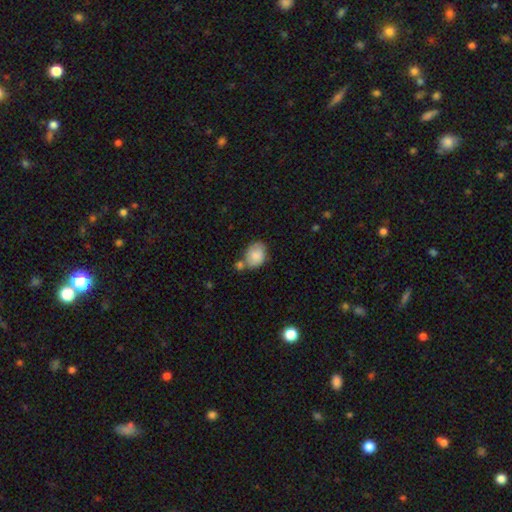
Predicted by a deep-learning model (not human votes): Smooth or featured?
  - smooth: 83% *
  - featured or disk: 10%
  - star or artifact: 7%
How rounded?
  - in between: 67% *
  - round: 32%
  - cigar-shaped: 1%
Merging?
  - none: 48% *
  - merger: 25%
  - minor disturbance: 21%
  - major disturbance: 6%